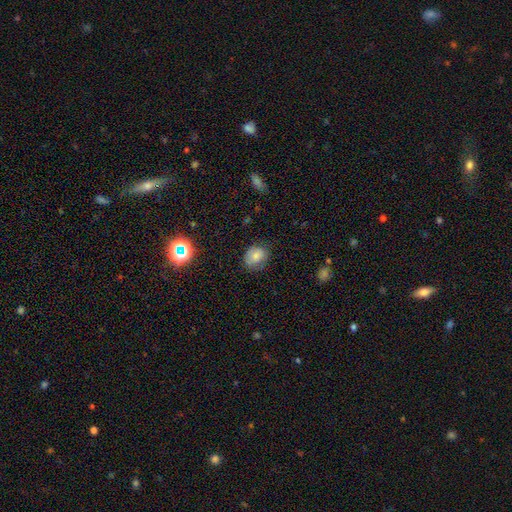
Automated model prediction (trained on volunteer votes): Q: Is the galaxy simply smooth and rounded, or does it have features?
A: smooth — 75%.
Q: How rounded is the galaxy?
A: round — 61%.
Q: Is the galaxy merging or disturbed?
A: none — 70%.